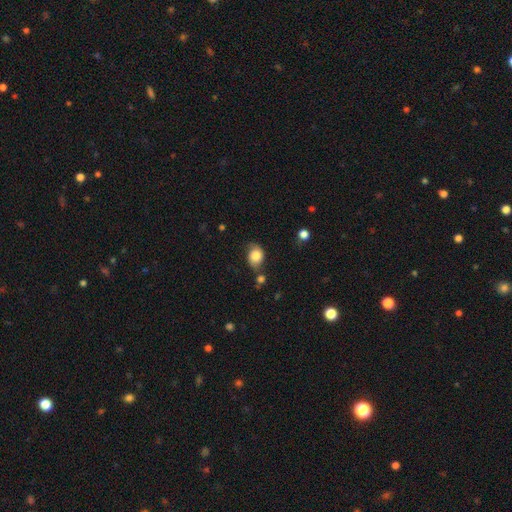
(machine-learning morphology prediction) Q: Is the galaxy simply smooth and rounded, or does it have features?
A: smooth — 78%.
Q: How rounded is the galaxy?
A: in between — 62%.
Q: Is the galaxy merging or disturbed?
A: none — 59%.